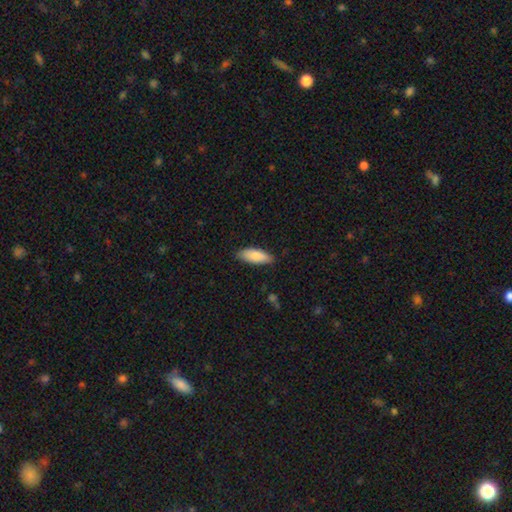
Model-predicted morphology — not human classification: A smooth galaxy with no disk features (83%) that is in between round and cigar-shaped (78%).

Vote fractions:
- Smooth or featured? smooth: 83% / featured or disk: 11% / star or artifact: 6%
- How rounded? in between: 78% / cigar-shaped: 20% / round: 2%
- Merging? none: 82% / minor disturbance: 15% / major disturbance: 2% / merger: 1%